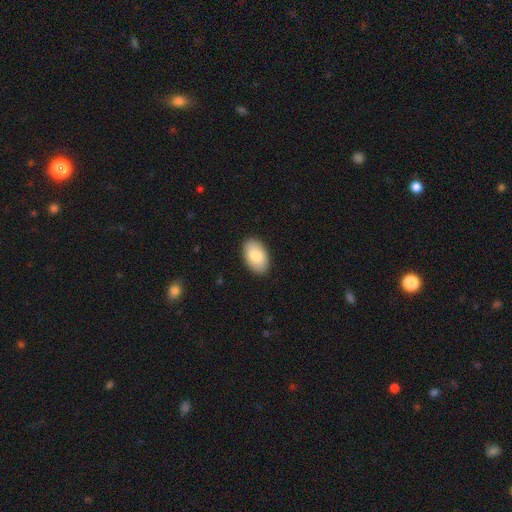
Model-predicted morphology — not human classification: Smooth or featured: smooth — 84% (featured or disk — 10%)
How rounded: in between — 94% (round — 4%)
Merging: none — 89% (minor disturbance — 8%)